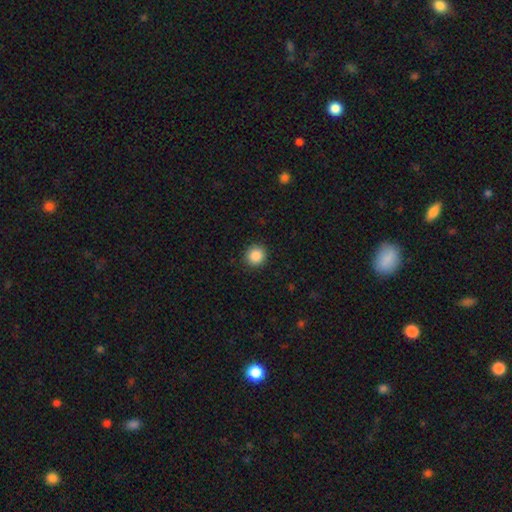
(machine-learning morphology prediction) Smooth or featured? smooth (87%)
How rounded? round (92%)
Merging? none (91%)